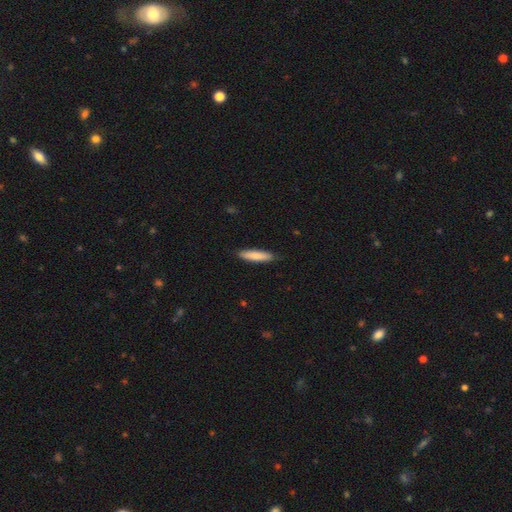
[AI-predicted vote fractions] A smooth galaxy with no disk features (81%) that is cigar-shaped (75%). Merging: none (85%).